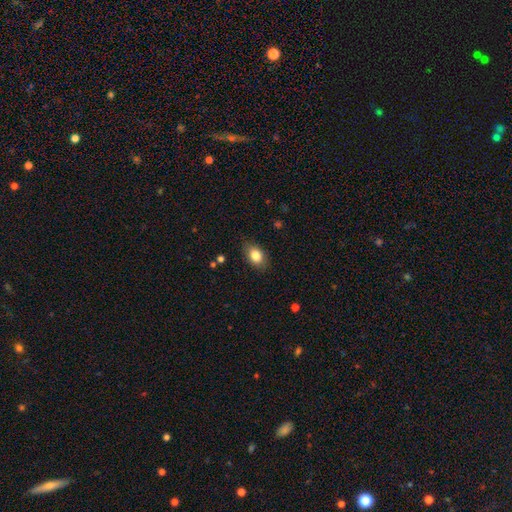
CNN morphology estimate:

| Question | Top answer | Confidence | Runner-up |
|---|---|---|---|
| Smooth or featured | smooth | 83% | featured or disk (9%) |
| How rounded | in between | 81% | round (18%) |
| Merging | none | 83% | minor disturbance (13%) |